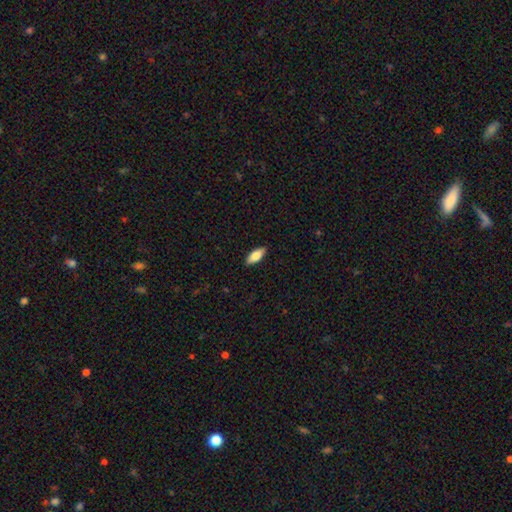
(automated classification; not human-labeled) A smooth galaxy with no disk features (78%) that is in between round and cigar-shaped (80%). Merging: none (89%).